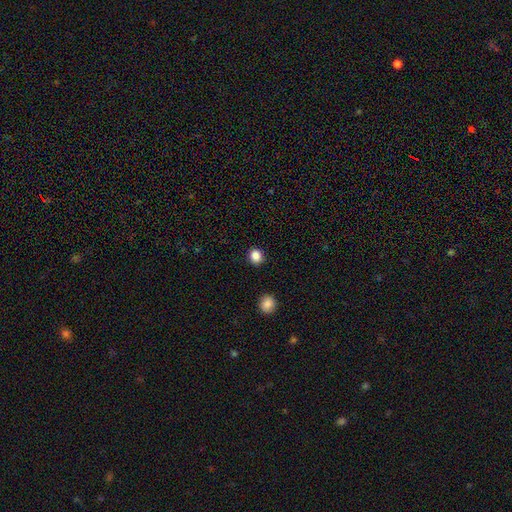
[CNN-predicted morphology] This is clearly a smooth galaxy (86%). How rounded: clearly round (82%). Merging: clearly none (90%).